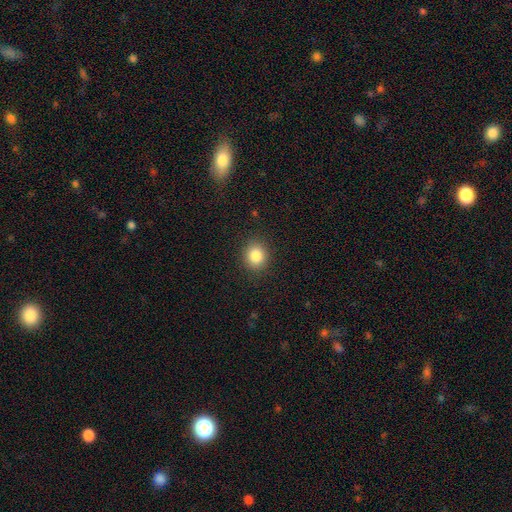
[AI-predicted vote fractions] Q: Smooth or featured?
A: smooth (84%); runner-up: star or artifact (10%)
Q: How rounded?
A: round (74%); runner-up: in between (25%)
Q: Merging?
A: none (89%); runner-up: minor disturbance (7%)